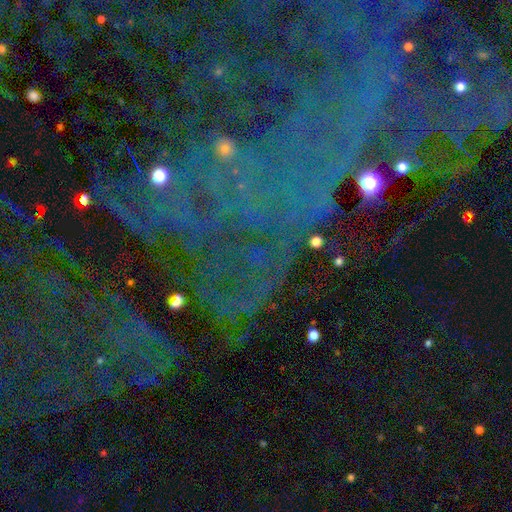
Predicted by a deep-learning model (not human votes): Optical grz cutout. It shows a star or artifact, not a galaxy (78%).